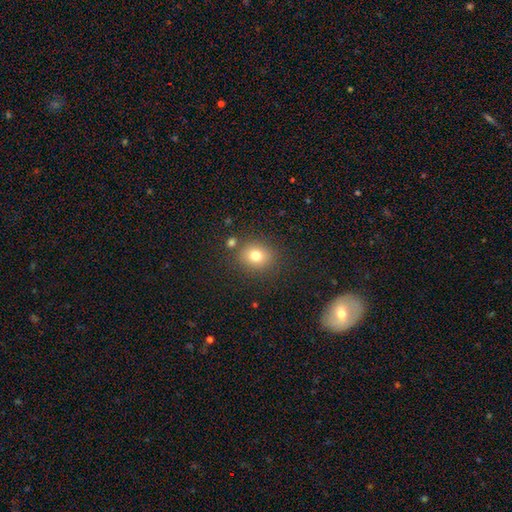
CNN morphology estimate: Smooth or featured? Predicted: smooth (p=0.77). How rounded? Predicted: round (p=0.75). Merging? Predicted: none (p=0.81).